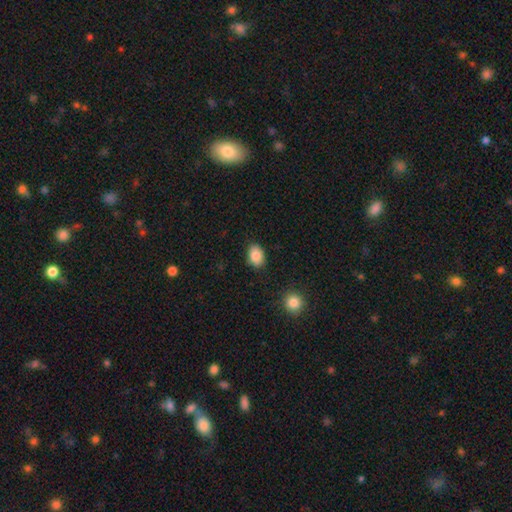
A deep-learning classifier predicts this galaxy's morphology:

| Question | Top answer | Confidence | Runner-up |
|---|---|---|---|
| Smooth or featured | smooth | 87% | star or artifact (8%) |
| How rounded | in between | 82% | round (17%) |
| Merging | none | 85% | minor disturbance (11%) |